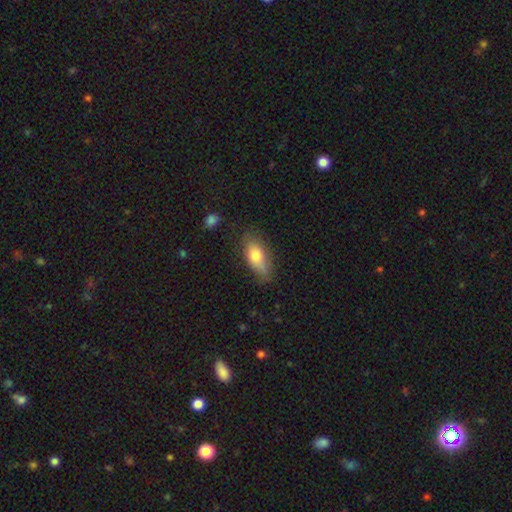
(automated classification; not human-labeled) smooth-or-featured: smooth: 75% | featured or disk: 18% | star or artifact: 7%
  how-rounded: in between: 83% | cigar-shaped: 13% | round: 4%
  merging: none: 62% | minor disturbance: 28% | major disturbance: 8% | merger: 2%